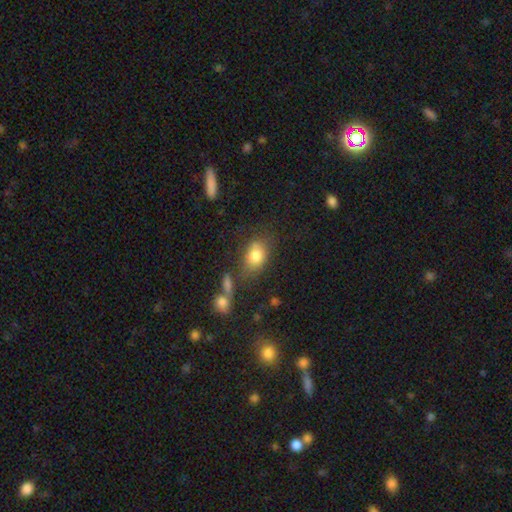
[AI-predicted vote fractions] This is likely a smooth galaxy (80%). How rounded: likely in between (76%). Merging: possibly none (59%).